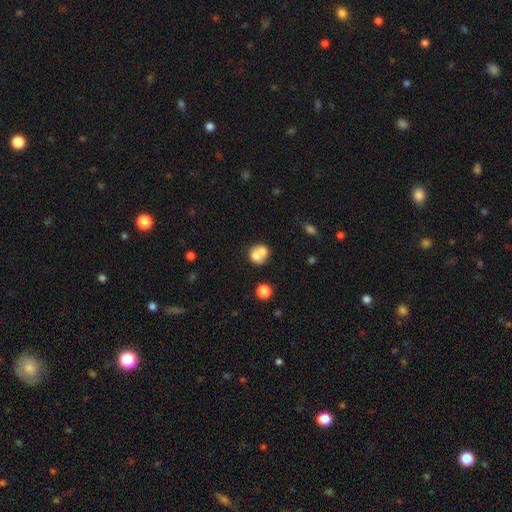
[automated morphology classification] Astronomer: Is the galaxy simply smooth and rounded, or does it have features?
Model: smooth — 69%.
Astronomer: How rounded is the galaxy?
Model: round — 72%.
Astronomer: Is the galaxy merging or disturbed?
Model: merger — 60%.